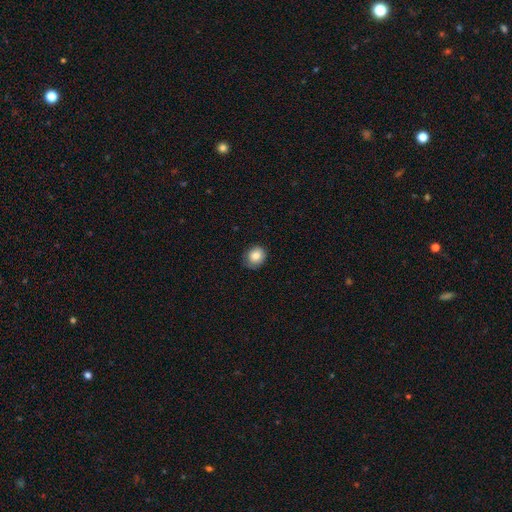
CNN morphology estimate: smooth 83%, star or artifact 9%, featured or disk 8%. Down the decision tree: how rounded — round (73%); merging — none (75%).